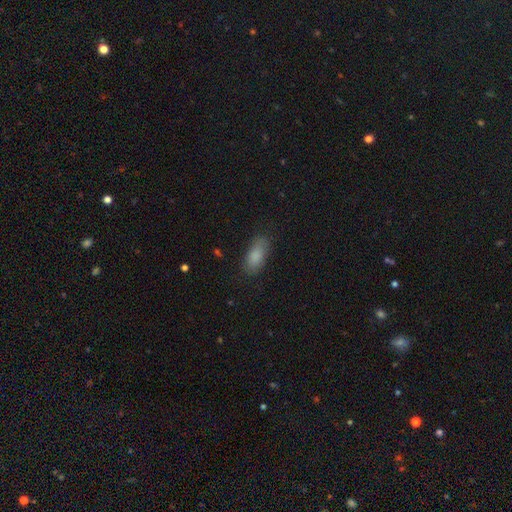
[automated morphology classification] Q: Smooth or featured?
A: smooth (86%); runner-up: star or artifact (7%)
Q: How rounded?
A: in between (85%); runner-up: cigar-shaped (12%)
Q: Merging?
A: none (78%); runner-up: minor disturbance (16%)